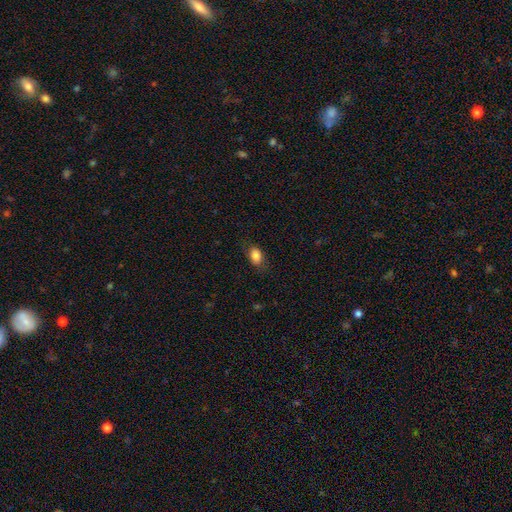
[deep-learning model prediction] smooth 84%, star or artifact 8%, featured or disk 7%. Down the decision tree: how rounded — in between (83%); merging — none (78%).